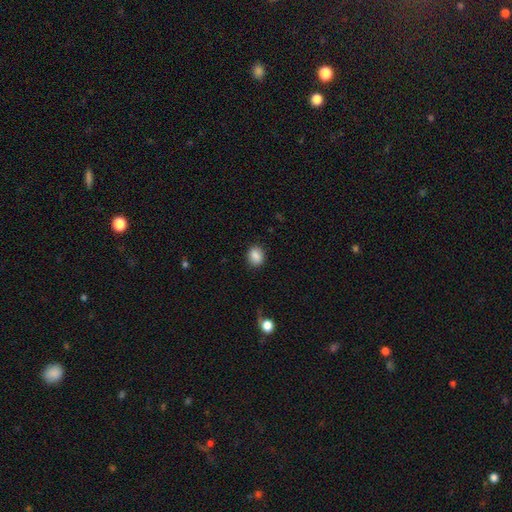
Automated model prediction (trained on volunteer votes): smooth-or-featured: smooth: 87% | star or artifact: 9% | featured or disk: 5%
  how-rounded: round: 57% | in between: 42% | cigar-shaped: 1%
  merging: none: 87% | minor disturbance: 9% | major disturbance: 3% | merger: 1%